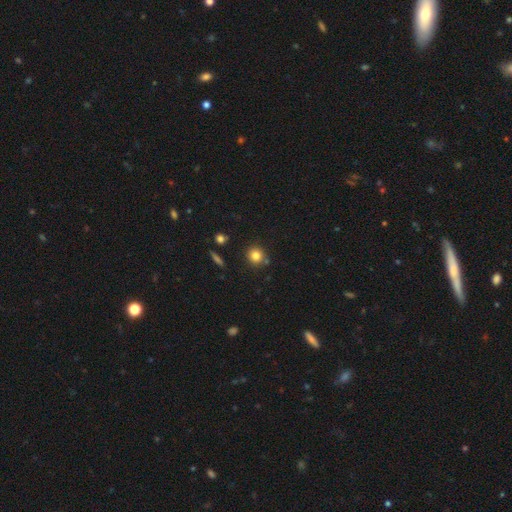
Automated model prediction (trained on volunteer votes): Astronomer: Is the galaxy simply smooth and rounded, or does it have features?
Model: smooth — 81%.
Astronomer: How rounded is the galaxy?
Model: round — 90%.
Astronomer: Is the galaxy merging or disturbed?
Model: none — 83%.